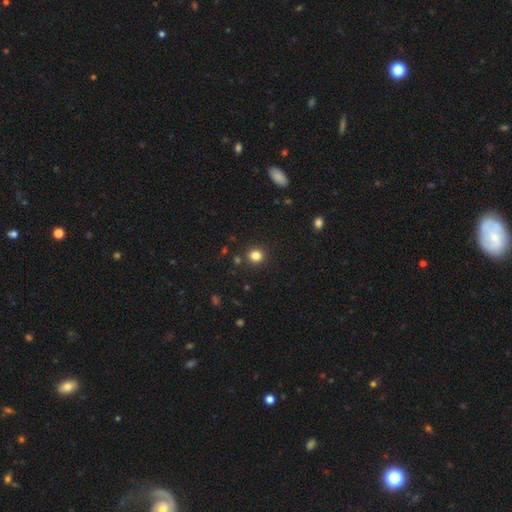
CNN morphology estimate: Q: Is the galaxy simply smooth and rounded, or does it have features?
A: smooth — 82%.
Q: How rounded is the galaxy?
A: round — 85%.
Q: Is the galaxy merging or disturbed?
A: none — 89%.